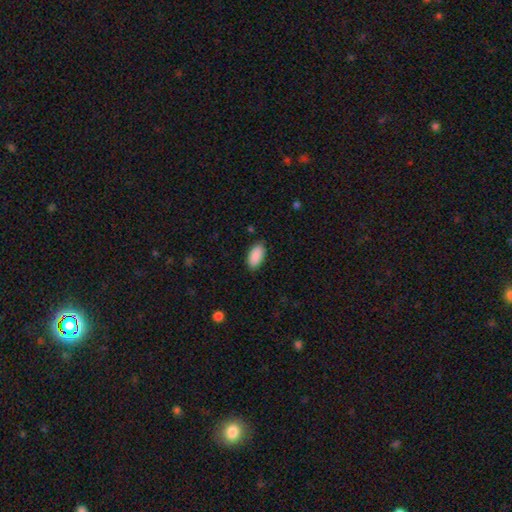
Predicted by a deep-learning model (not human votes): This is clearly a smooth galaxy (91%). How rounded: clearly in between (95%). Merging: clearly none (86%).